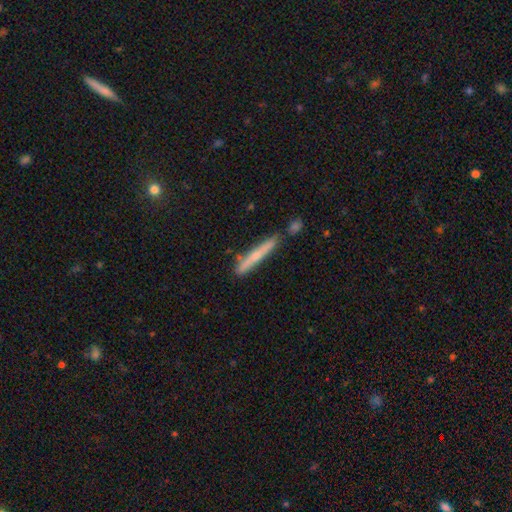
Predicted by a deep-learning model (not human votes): Overall: smooth (49%; featured or disk 45%). Merging: none (74%).